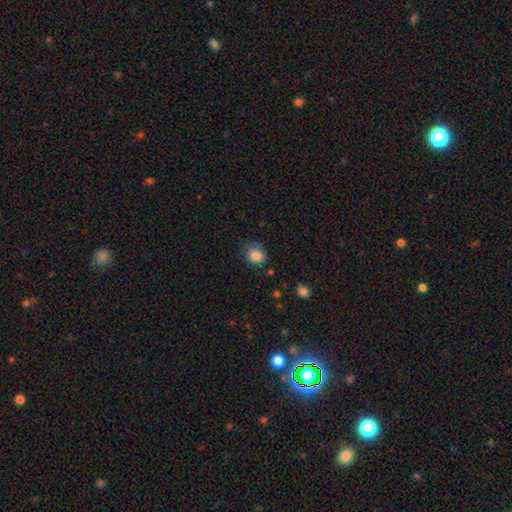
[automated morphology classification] smooth-or-featured: smooth: 85% | star or artifact: 10% | featured or disk: 6%
  how-rounded: round: 73% | in between: 26% | cigar-shaped: 1%
  merging: none: 61% | minor disturbance: 28% | major disturbance: 8% | merger: 2%